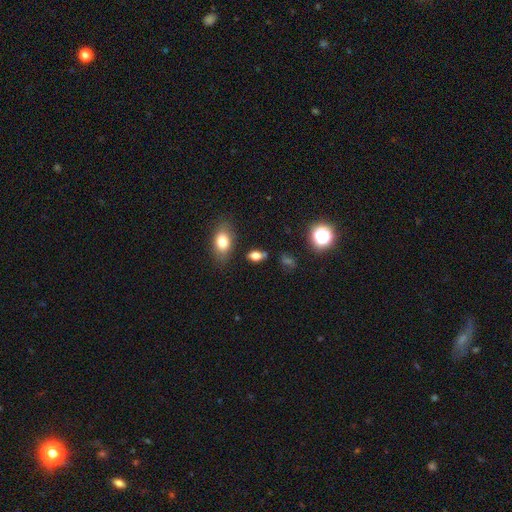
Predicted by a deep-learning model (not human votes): Smooth or featured? Predicted: smooth (p=0.75). How rounded? Predicted: in between (p=0.82). Merging? Predicted: none (p=0.72).